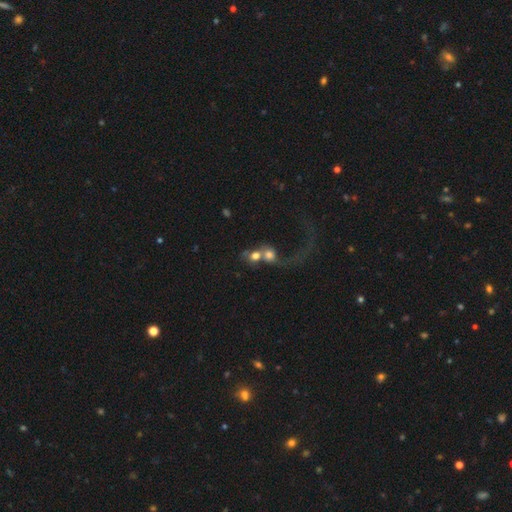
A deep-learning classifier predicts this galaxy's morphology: A smooth galaxy with no disk features (59%) that is round (70%).

Vote fractions:
- Smooth or featured? smooth: 59% / featured or disk: 28% / star or artifact: 13%
- How rounded? round: 70% / in between: 28% / cigar-shaped: 2%
- Merging? merger: 73% / major disturbance: 13% / none: 10% / minor disturbance: 4%